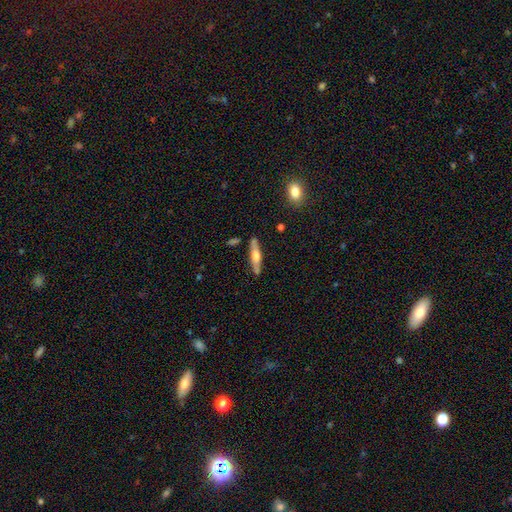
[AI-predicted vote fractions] A featured or disk galaxy (50%) viewed edge-on (90%). Merging: none (83%).